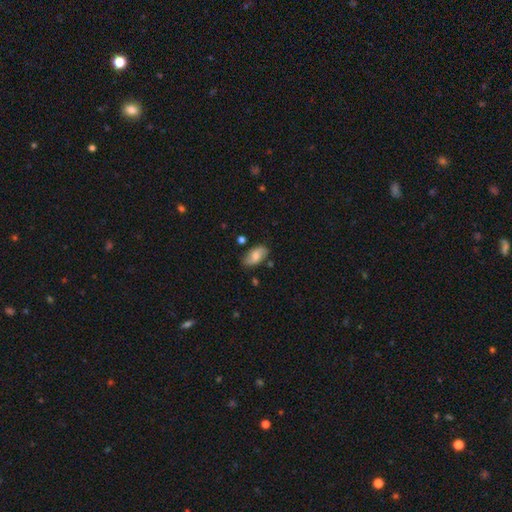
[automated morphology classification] This is likely a smooth galaxy (67%). How rounded: clearly in between (93%). Merging: likely none (79%).